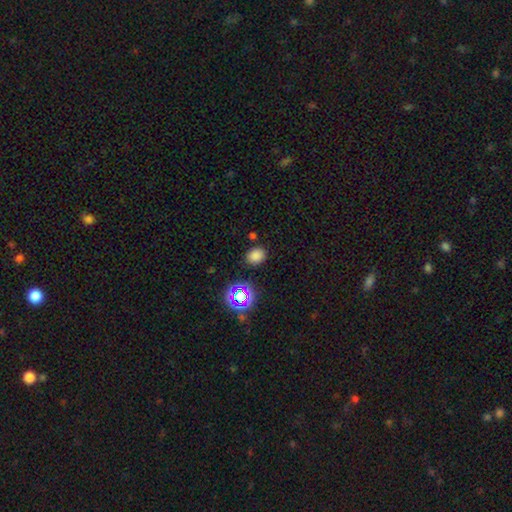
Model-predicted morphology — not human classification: A smooth galaxy with no disk features (76%) that is in between round and cigar-shaped (52%).

Vote fractions:
- Smooth or featured? smooth: 76% / star or artifact: 19% / featured or disk: 5%
- How rounded? in between: 52% / round: 47% / cigar-shaped: 1%
- Merging? none: 82% / minor disturbance: 11% / major disturbance: 3% / merger: 3%